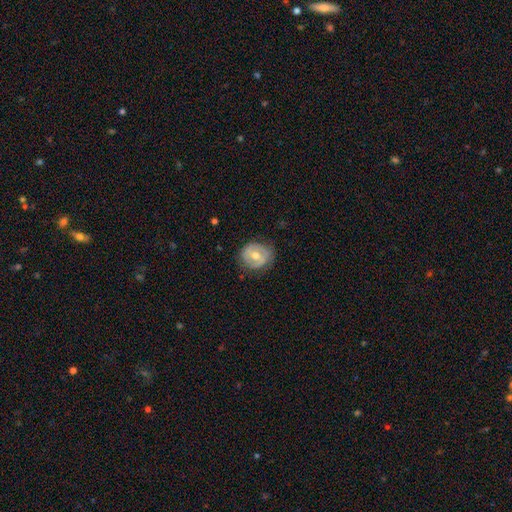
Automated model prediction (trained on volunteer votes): This appears to be a featured or disk galaxy (53%) with no bar (44%), no spiral arms (60%) and a moderate central bulge (77%). Merging: none (76%).